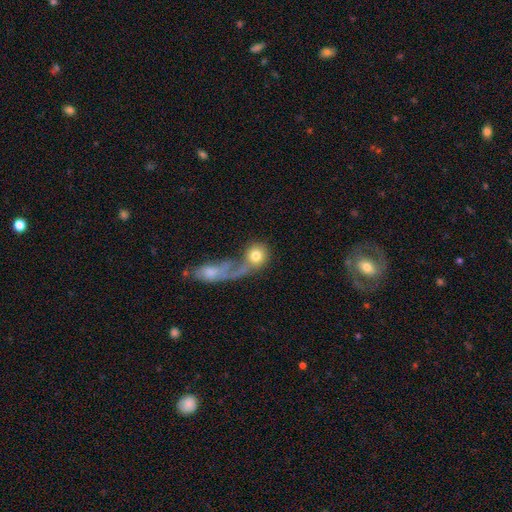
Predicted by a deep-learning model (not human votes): Smooth or featured? Predicted: smooth (p=0.74). How rounded? Predicted: round (p=0.83). Merging? Predicted: merger (p=0.44).